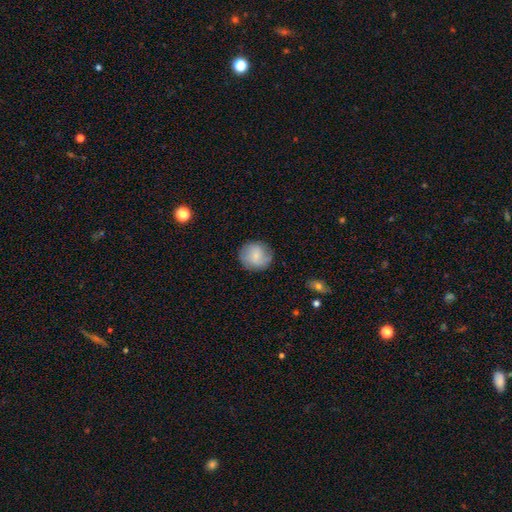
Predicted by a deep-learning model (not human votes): Smooth or featured?
  - smooth: 70% *
  - featured or disk: 23%
  - star or artifact: 7%
How rounded?
  - round: 88% *
  - in between: 11%
  - cigar-shaped: 1%
Merging?
  - none: 80% *
  - minor disturbance: 14%
  - major disturbance: 4%
  - merger: 1%